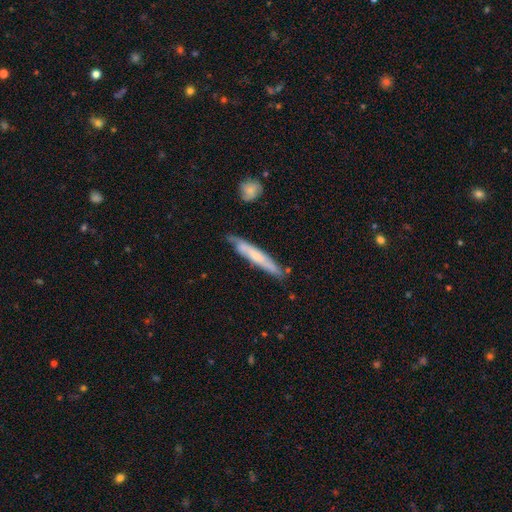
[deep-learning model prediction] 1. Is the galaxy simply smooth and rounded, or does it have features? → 48% featured or disk, 46% smooth, 6% star or artifact.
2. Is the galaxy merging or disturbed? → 75% none, 19% minor disturbance, 3% major disturbance, 3% merger.